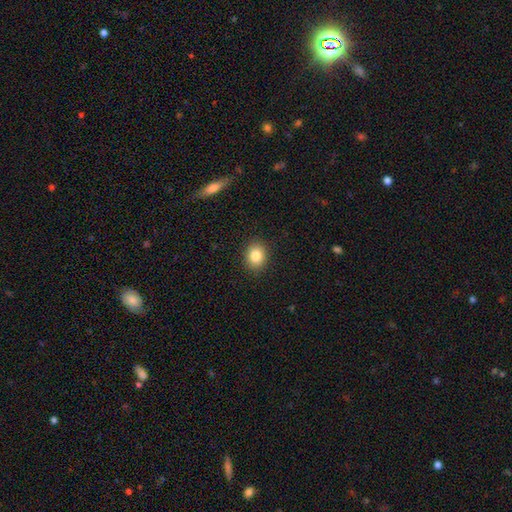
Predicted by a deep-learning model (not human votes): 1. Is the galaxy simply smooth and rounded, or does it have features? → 84% smooth, 9% star or artifact, 7% featured or disk.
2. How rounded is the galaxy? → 57% round, 42% in between, 1% cigar-shaped.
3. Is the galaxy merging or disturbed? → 90% none, 7% minor disturbance, 2% major disturbance, 1% merger.